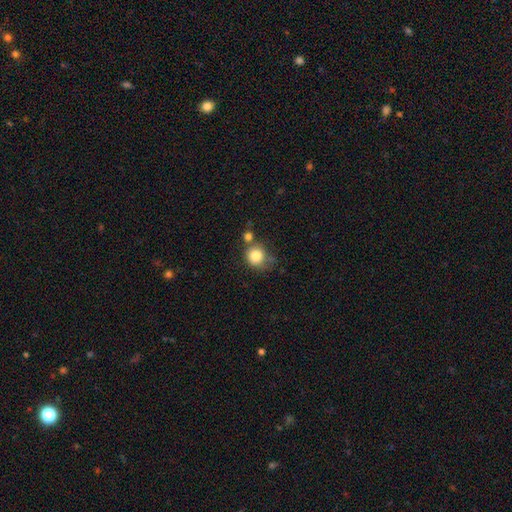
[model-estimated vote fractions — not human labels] Morphology: type=smooth (82%); roundness=round (83%); merging=none (53%).